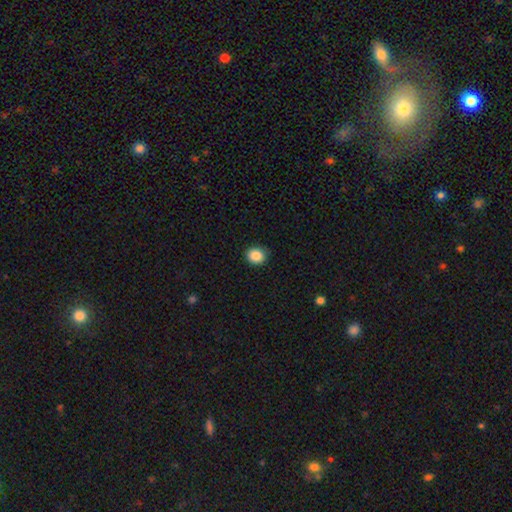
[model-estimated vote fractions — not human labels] The model was most divided on "how rounded": round: 78%, in between: 21%, cigar-shaped: 1%. More confident: merging — none (88%); smooth or featured — smooth (87%).